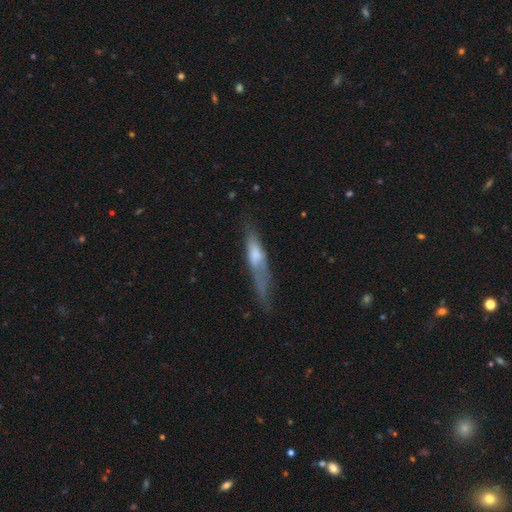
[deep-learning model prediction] Smooth or featured?
  - smooth: 49% *
  - featured or disk: 44%
  - star or artifact: 7%
Merging?
  - none: 45% *
  - minor disturbance: 32%
  - major disturbance: 20%
  - merger: 3%